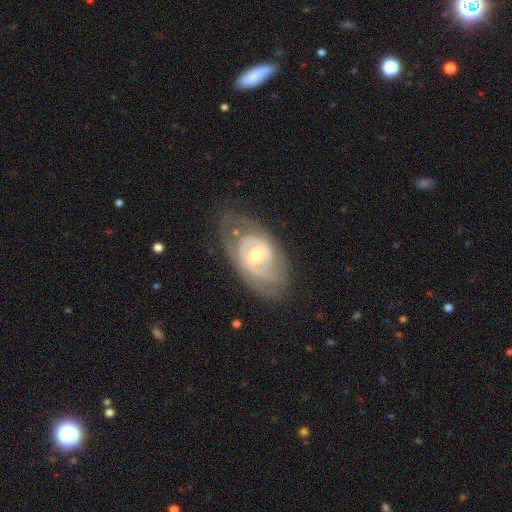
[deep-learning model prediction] smooth-or-featured: featured or disk: 76% | smooth: 19% | star or artifact: 5%
  disk-edge-on: no: 94% | yes: 6%
    bar: no: 62% | weak: 29% | strong: 8%
    has-spiral-arms: yes: 62% | no: 38%
    bulge-size: moderate: 64% | small: 30% | large: 4% | none: 1% | dominant: 1%
  merging: none: 63% | minor disturbance: 23% | major disturbance: 12% | merger: 2%